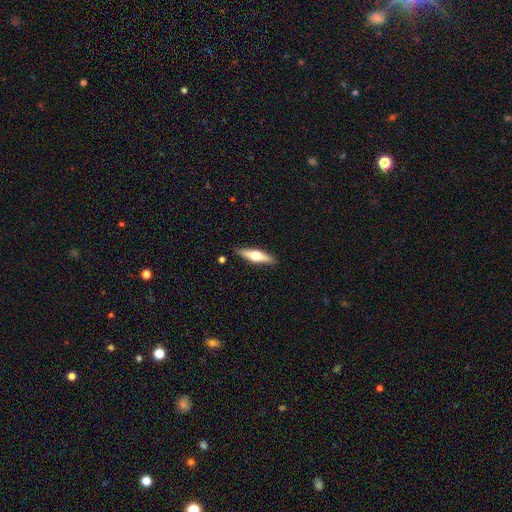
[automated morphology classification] A featured or disk galaxy (51%) viewed edge-on (92%). Merging: none (86%).